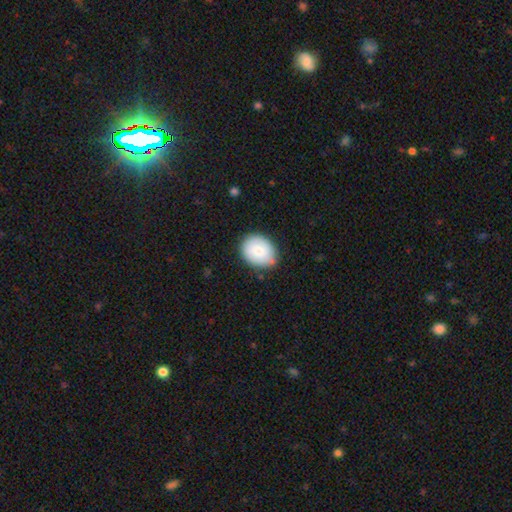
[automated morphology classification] Smooth or featured? Predicted: smooth (p=0.76). How rounded? Predicted: round (p=0.50). Merging? Predicted: none (p=0.74).